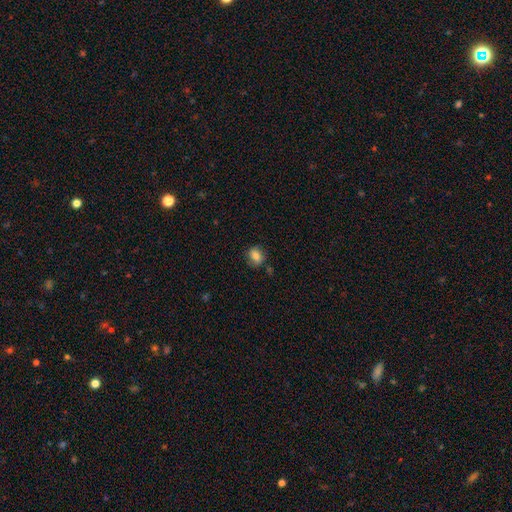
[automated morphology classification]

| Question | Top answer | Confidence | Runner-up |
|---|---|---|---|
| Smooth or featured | smooth | 80% | featured or disk (11%) |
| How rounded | in between | 50% | round (49%) |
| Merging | none | 74% | minor disturbance (18%) |